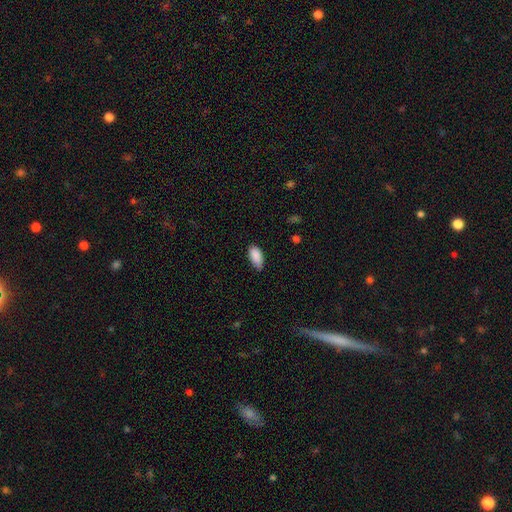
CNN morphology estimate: smooth-or-featured: smooth: 89% | star or artifact: 7% | featured or disk: 4%
  how-rounded: in between: 91% | cigar-shaped: 7% | round: 2%
  merging: none: 66% | minor disturbance: 28% | major disturbance: 4% | merger: 1%